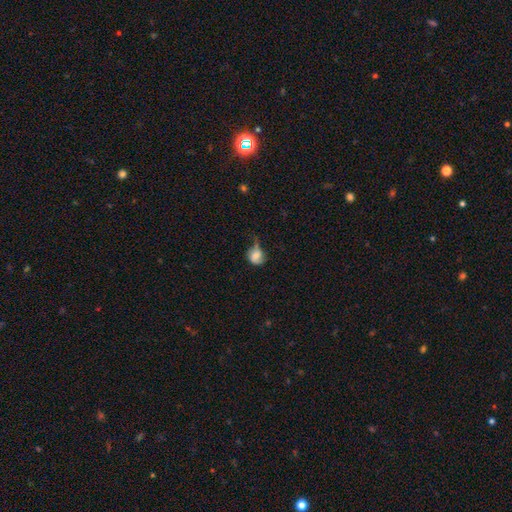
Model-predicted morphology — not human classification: smooth_or_featured: smooth (p=0.67) [alt: featured or disk p=0.24]
how_rounded: round (p=0.57) [alt: in between p=0.42]
merging: minor disturbance (p=0.37) [alt: major disturbance p=0.32]